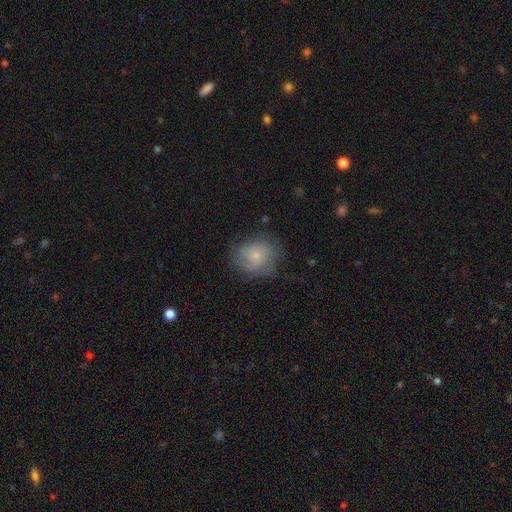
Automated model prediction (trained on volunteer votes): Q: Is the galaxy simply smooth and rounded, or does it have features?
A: smooth — 56%.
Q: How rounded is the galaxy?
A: round — 69%.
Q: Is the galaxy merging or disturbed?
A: none — 61%.